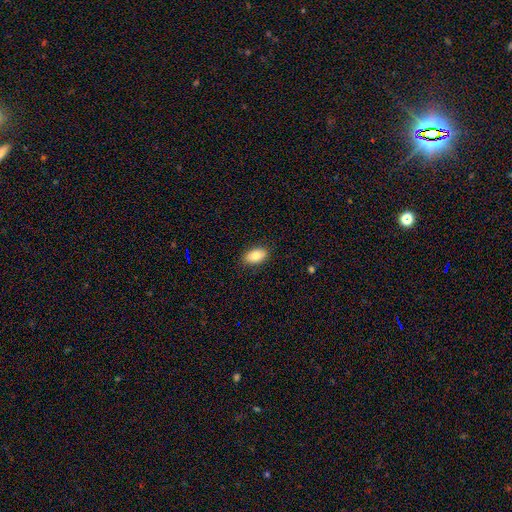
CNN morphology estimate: This appears to be a smooth galaxy with no disk features (84%) that is in between round and cigar-shaped (92%). Merging: none (87%).